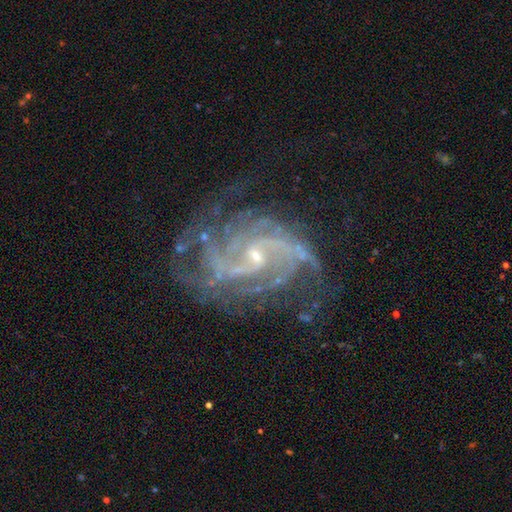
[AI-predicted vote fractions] Q: Smooth or featured?
A: featured or disk (90%); runner-up: star or artifact (7%)
Q: Edge-on disk?
A: no (98%); runner-up: yes (2%)
Q: Bar?
A: no (45%); runner-up: weak (41%)
Q: Spiral arms?
A: yes (98%); runner-up: no (2%)
Q: Spiral winding?
A: medium (46%); runner-up: tight (40%)
Q: Spiral arm count?
A: 2 (28%); runner-up: can't tell (20%)
Q: Bulge size?
A: small (75%); runner-up: moderate (21%)
Q: Merging?
A: none (67%); runner-up: minor disturbance (18%)